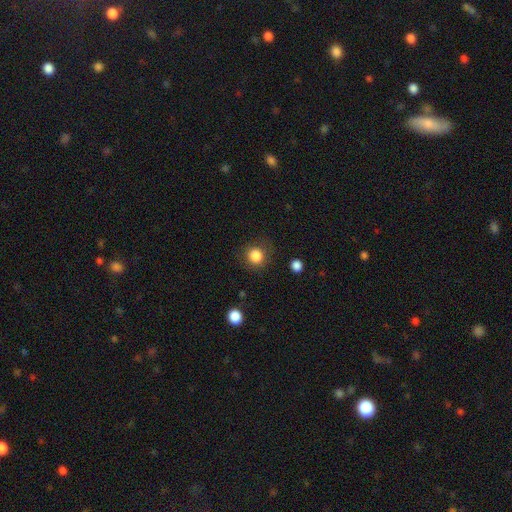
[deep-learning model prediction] smooth_or_featured: smooth (p=0.85) [alt: star or artifact p=0.11]
how_rounded: round (p=0.88) [alt: in between p=0.11]
merging: none (p=0.83) [alt: minor disturbance p=0.11]